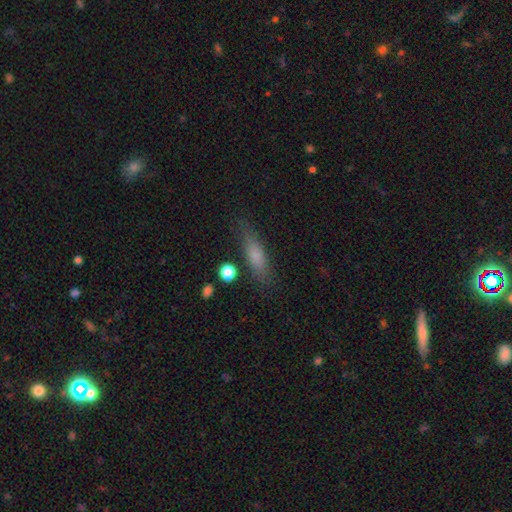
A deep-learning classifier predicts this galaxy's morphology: Smooth or featured? smooth (74%)
How rounded? cigar-shaped (61%)
Merging? none (78%)